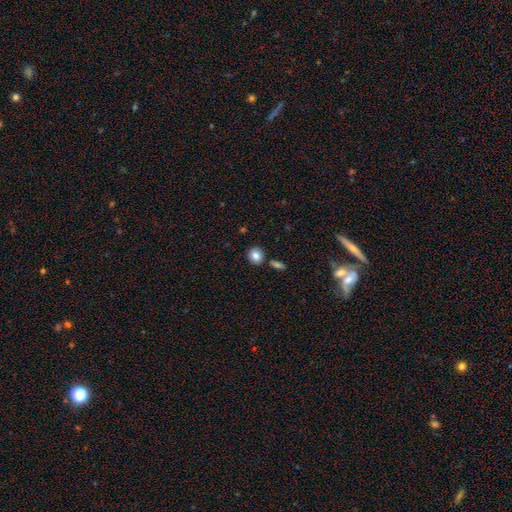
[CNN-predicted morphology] Smooth or featured? smooth (84%)
How rounded? round (79%)
Merging? none (81%)